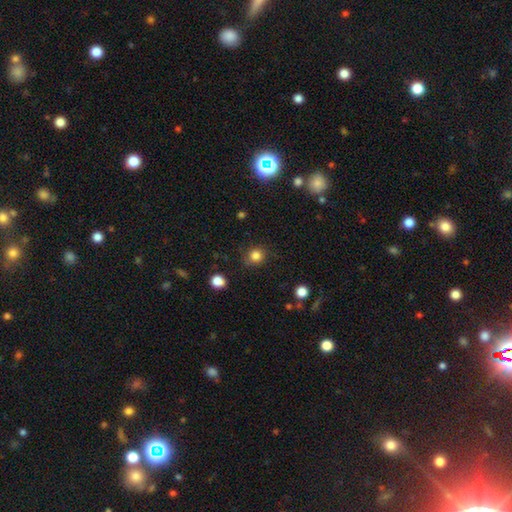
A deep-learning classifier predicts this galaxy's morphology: The model was most divided on "merging": none: 82%, minor disturbance: 13%, major disturbance: 4%, merger: 2%. More confident: how rounded — round (86%); smooth or featured — smooth (83%).